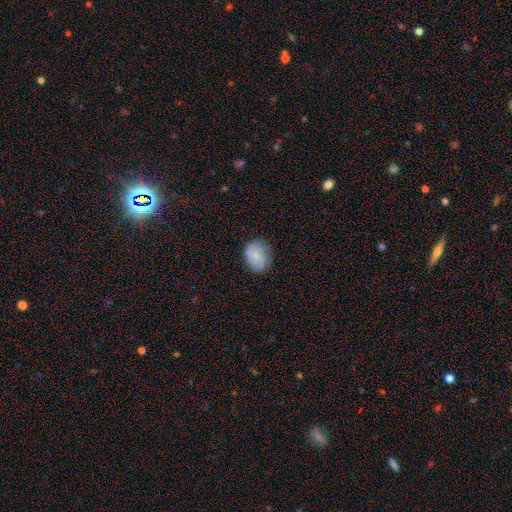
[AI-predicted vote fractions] Smooth or featured? smooth (81%)
How rounded? in between (60%)
Merging? none (75%)